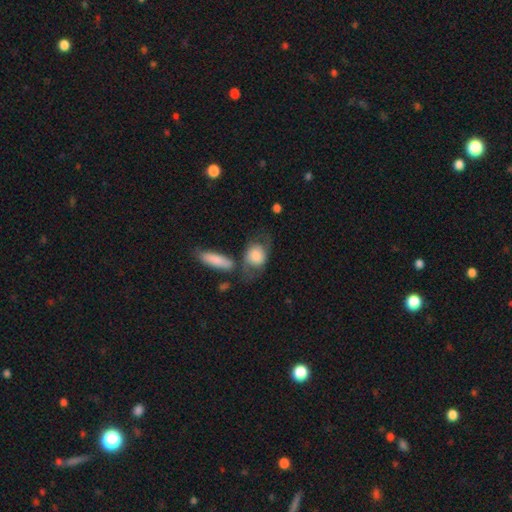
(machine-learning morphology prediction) A smooth galaxy with no disk features (61%) that is in between round and cigar-shaped (57%). Merging: none (43%).